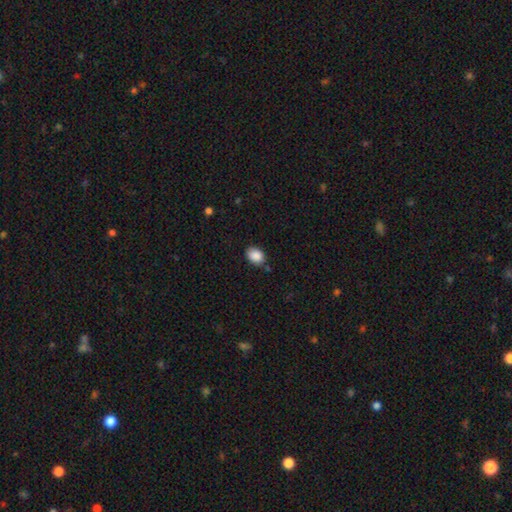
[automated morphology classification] Q: Smooth or featured?
A: smooth (89%); runner-up: star or artifact (8%)
Q: How rounded?
A: in between (69%); runner-up: round (30%)
Q: Merging?
A: none (80%); runner-up: minor disturbance (14%)